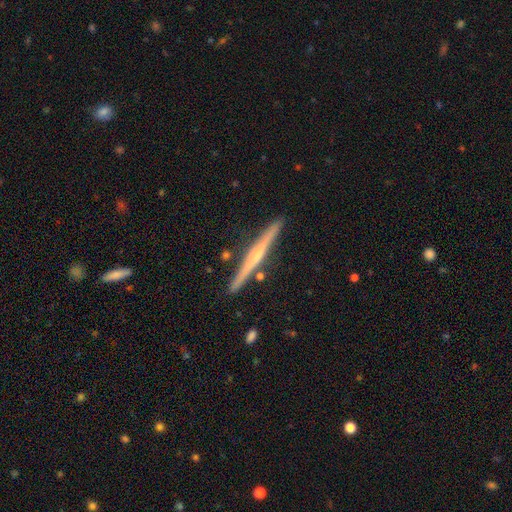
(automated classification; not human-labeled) This appears to be a featured or disk galaxy (71%) viewed edge-on (98%) with a rounded central bulge (58%). Merging: none (90%).